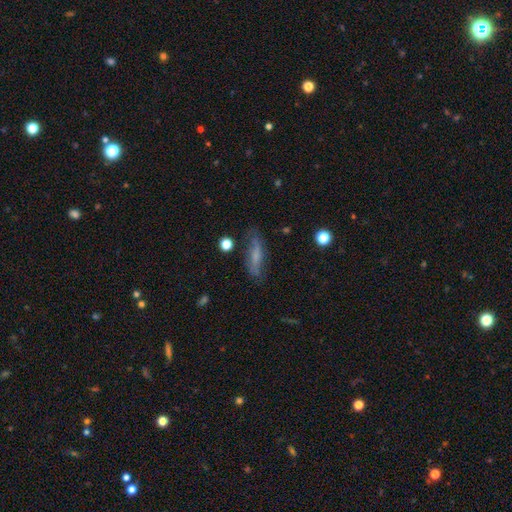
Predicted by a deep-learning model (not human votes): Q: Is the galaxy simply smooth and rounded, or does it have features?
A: smooth — 51%.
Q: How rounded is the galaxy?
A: cigar-shaped — 55%.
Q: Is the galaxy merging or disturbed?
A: none — 69%.